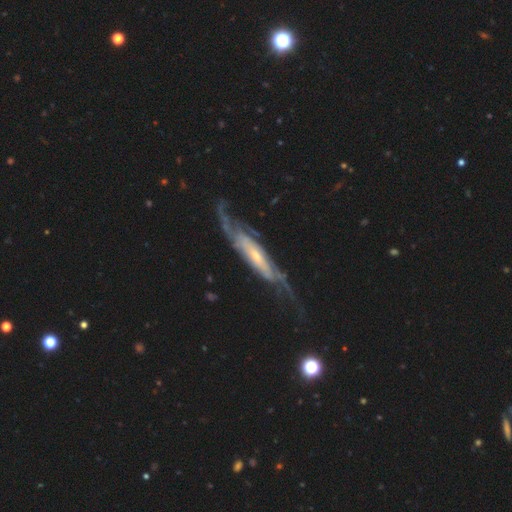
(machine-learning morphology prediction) Smooth or featured?
  - featured or disk: 85% *
  - smooth: 10%
  - star or artifact: 5%
Edge-on disk?
  - no: 74% *
  - yes: 26%
Bar?
  - no: 53% *
  - weak: 29%
  - strong: 18%
Spiral arms?
  - yes: 93% *
  - no: 7%
Spiral winding?
  - tight: 37% * (tied)
  - medium: 37% * (tied)
  - loose: 26%
Spiral arm count?
  - 2: 51% *
  - can't tell: 29%
  - 3: 7%
  - 1: 5%
  - 4: 4%
  - more than 4: 4%
Bulge size?
  - small: 67% *
  - moderate: 26%
  - large: 3%
  - none: 3%
  - dominant: 1%
Merging?
  - none: 58% *
  - major disturbance: 21%
  - minor disturbance: 18%
  - merger: 3%